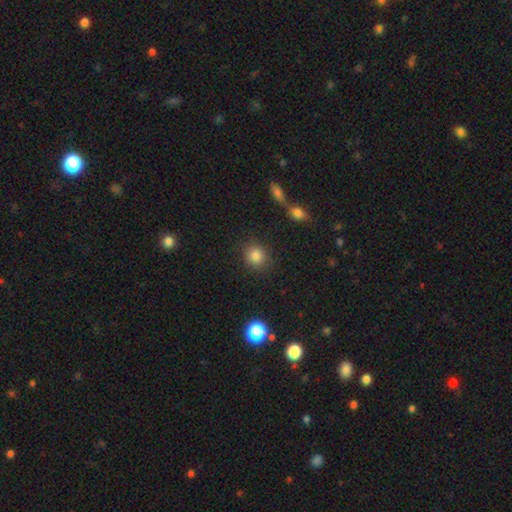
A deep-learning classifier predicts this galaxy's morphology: Smooth or featured? Predicted: smooth (p=0.83). How rounded? Predicted: round (p=0.84). Merging? Predicted: none (p=0.85).